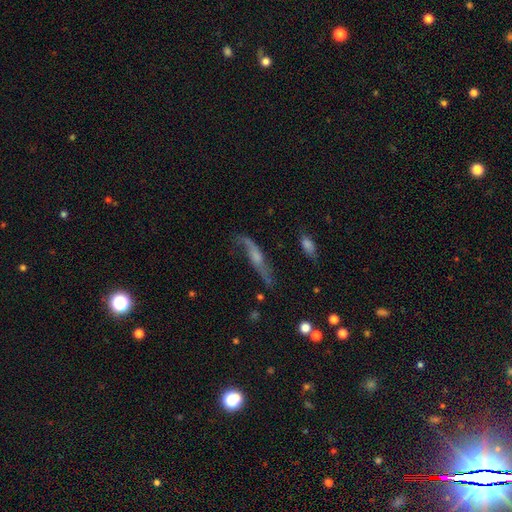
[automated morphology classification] Smooth or featured? Predicted: featured or disk (p=0.66). Edge-on disk? Predicted: no (p=0.54). Merging? Predicted: none (p=0.48).